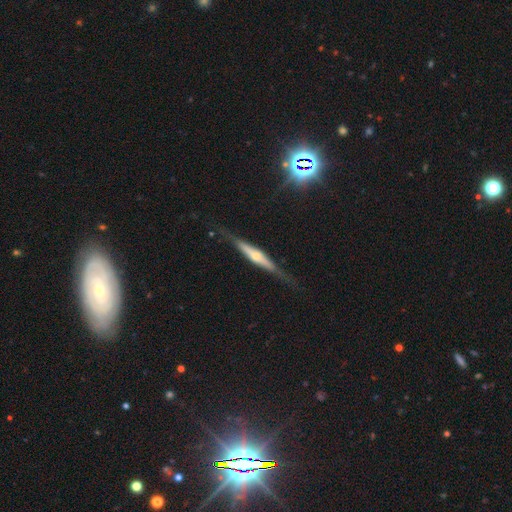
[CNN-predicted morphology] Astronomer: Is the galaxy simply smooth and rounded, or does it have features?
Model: featured or disk — 70%.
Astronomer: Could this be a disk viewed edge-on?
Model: yes — 95%.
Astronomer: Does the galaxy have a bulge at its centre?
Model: rounded — 76%.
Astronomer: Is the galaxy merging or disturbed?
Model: none — 80%.